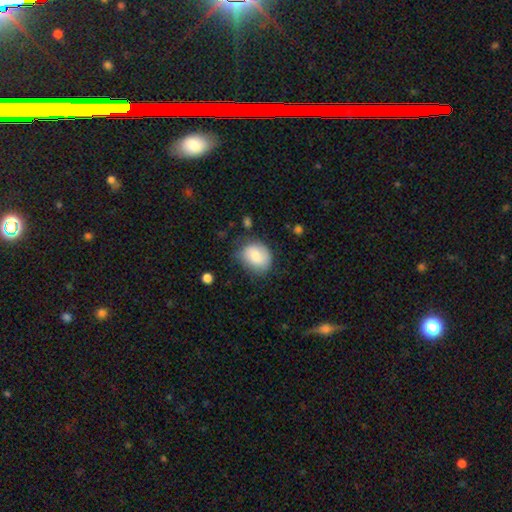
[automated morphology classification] This is likely a smooth galaxy (75%). How rounded: possibly round (53%). Merging: likely none (61%).